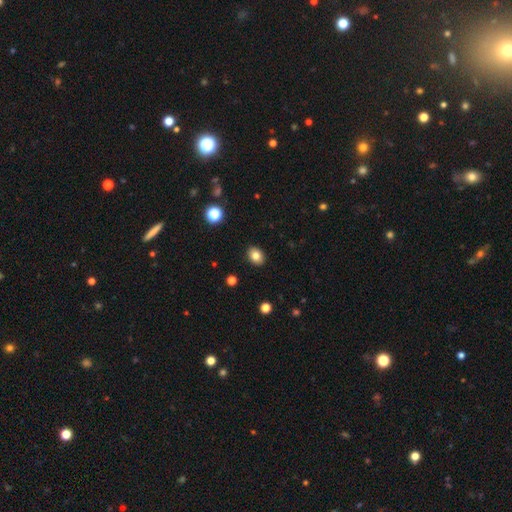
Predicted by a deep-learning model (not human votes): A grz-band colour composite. It shows a smooth galaxy with no disk features (82%) that is in between round and cigar-shaped (61%). Merging: none (90%).